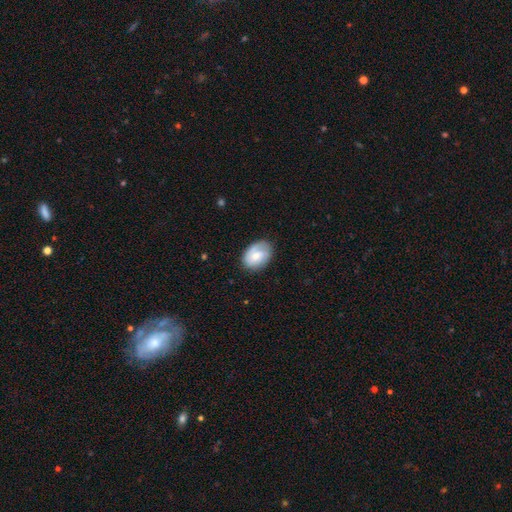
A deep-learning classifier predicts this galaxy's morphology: smooth_or_featured: smooth (p=0.55) [alt: featured or disk p=0.38]
how_rounded: in between (p=0.76) [alt: round p=0.23]
merging: none (p=0.74) [alt: minor disturbance p=0.20]